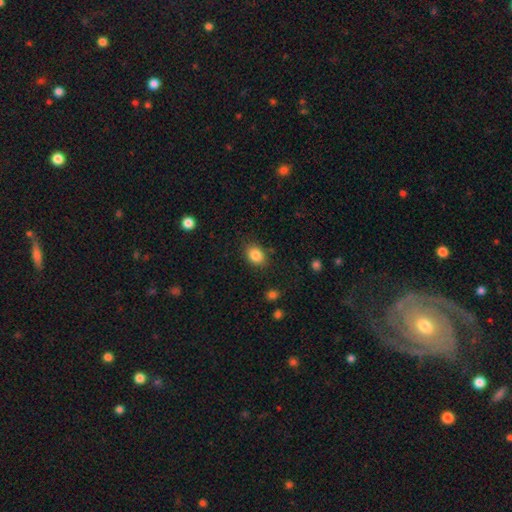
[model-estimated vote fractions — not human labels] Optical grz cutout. It shows a smooth galaxy with no disk features (85%) that is in between round and cigar-shaped (60%). Merging: none (84%).